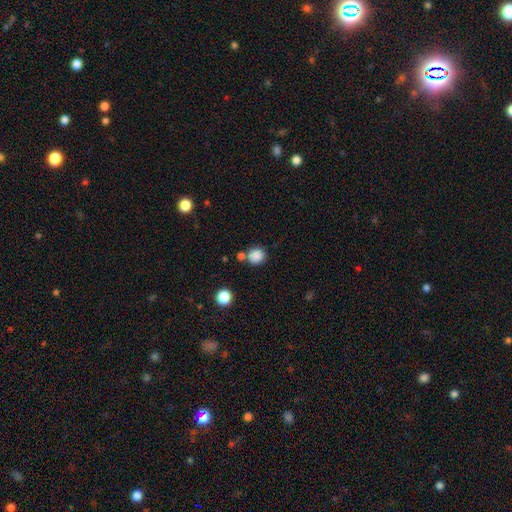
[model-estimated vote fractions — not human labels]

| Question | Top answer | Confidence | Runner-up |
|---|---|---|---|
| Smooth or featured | smooth | 86% | star or artifact (10%) |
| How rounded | round | 85% | in between (14%) |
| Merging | none | 71% | merger (14%) |